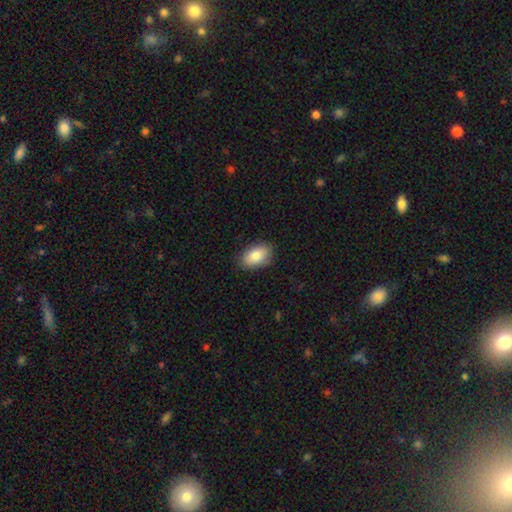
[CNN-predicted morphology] Overall: smooth (84%). How rounded: in between (92%). Merging: none (86%).